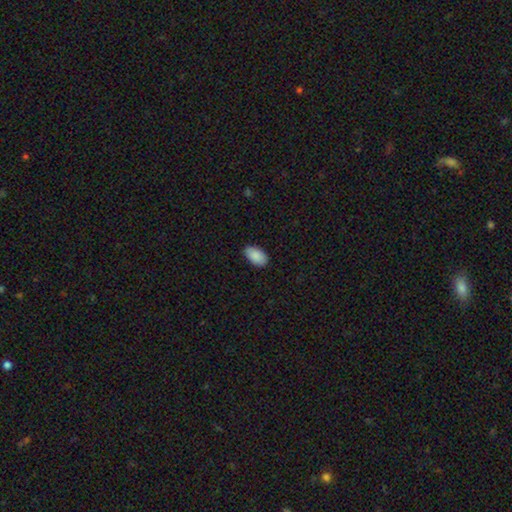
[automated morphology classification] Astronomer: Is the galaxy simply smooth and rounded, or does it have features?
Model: smooth — 89%.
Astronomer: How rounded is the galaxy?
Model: in between — 95%.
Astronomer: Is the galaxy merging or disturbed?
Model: none — 86%.